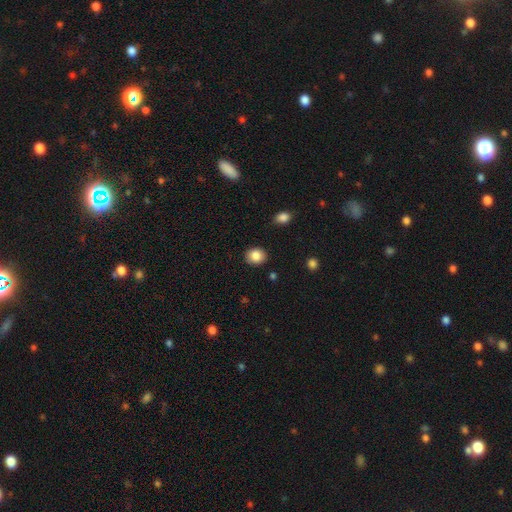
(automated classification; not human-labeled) Smooth or featured?
  - smooth: 86% *
  - star or artifact: 9%
  - featured or disk: 5%
How rounded?
  - round: 70% *
  - in between: 29%
  - cigar-shaped: 1%
Merging?
  - none: 89% *
  - minor disturbance: 8%
  - major disturbance: 2%
  - merger: 1%